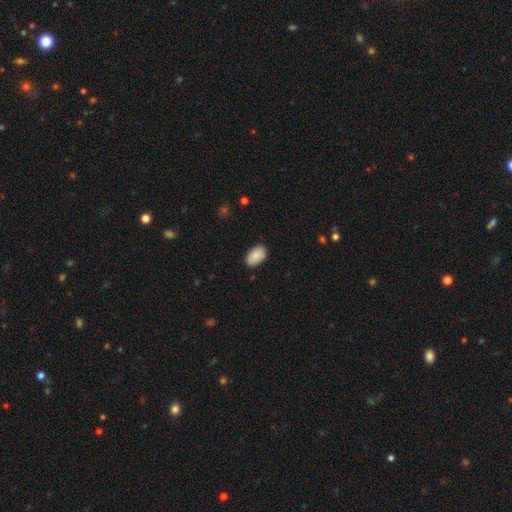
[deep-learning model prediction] Overall: smooth (88%). How rounded: in between (93%). Merging: none (86%).